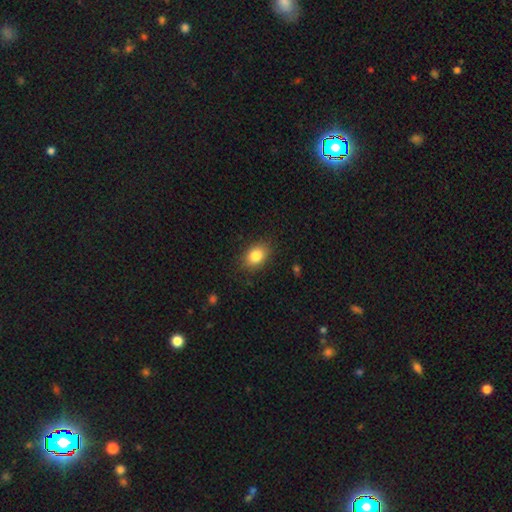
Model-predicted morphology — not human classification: A smooth galaxy with no disk features (83%) that is in between round and cigar-shaped (73%). Merging: none (84%).